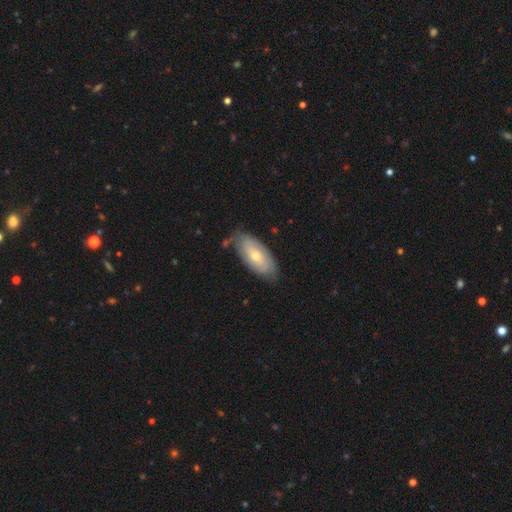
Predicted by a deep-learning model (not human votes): Smooth or featured? Predicted: smooth (p=0.51). How rounded? Predicted: in between (p=0.89). Merging? Predicted: none (p=0.68).